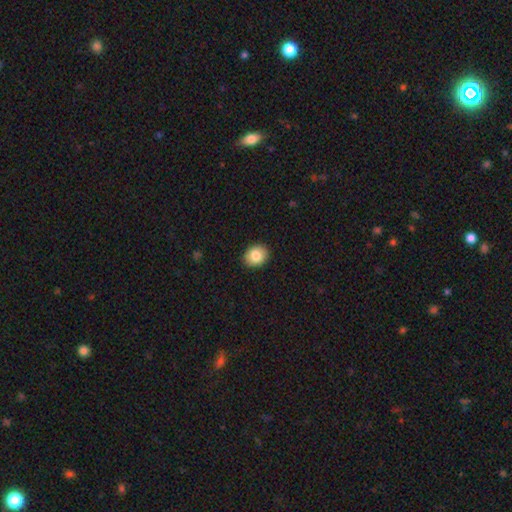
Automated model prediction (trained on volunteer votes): Smooth or featured: smooth — 83% (featured or disk — 8%)
How rounded: round — 54% (in between — 45%)
Merging: none — 91% (minor disturbance — 7%)